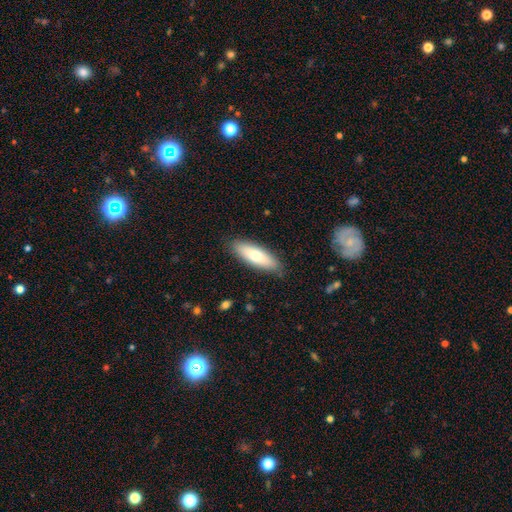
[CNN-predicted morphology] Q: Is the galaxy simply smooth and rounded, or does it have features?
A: smooth — 69%.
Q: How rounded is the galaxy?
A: in between — 55%.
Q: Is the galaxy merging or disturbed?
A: none — 85%.